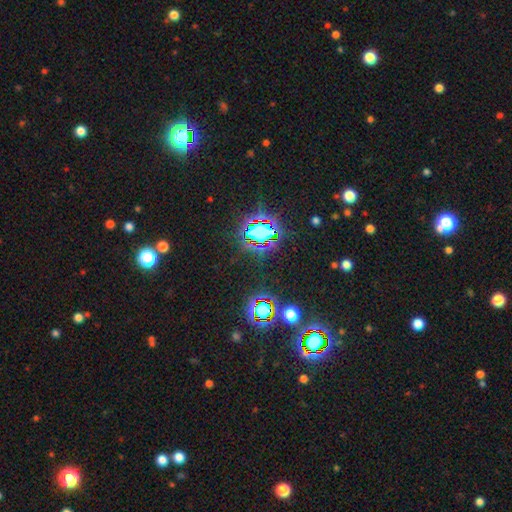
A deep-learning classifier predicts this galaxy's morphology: This appears to be a star or artifact, not a galaxy (81%).